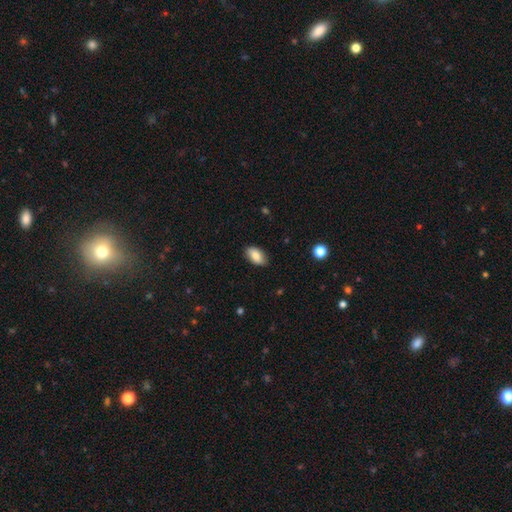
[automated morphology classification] type=smooth (80%); roundness=in between (93%); merging=none (85%).